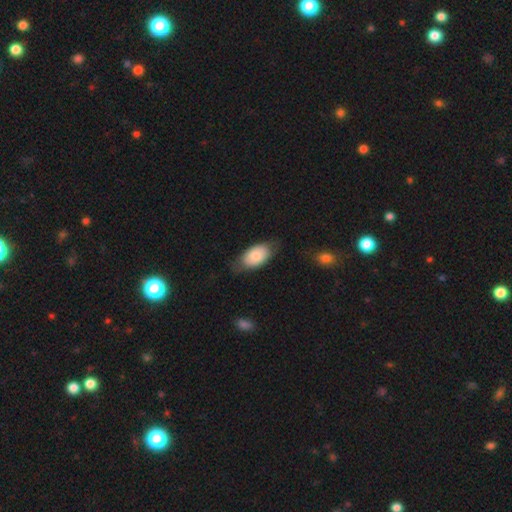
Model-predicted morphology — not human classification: This appears to be a smooth galaxy with no disk features (77%) that is in between round and cigar-shaped (92%). Merging: none (66%).